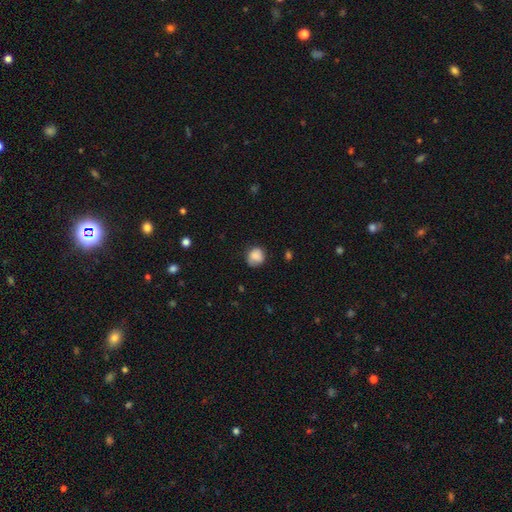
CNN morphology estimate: smooth_or_featured: smooth (p=0.83) [alt: featured or disk p=0.09]
how_rounded: round (p=0.77) [alt: in between p=0.22]
merging: none (p=0.67) [alt: minor disturbance p=0.25]